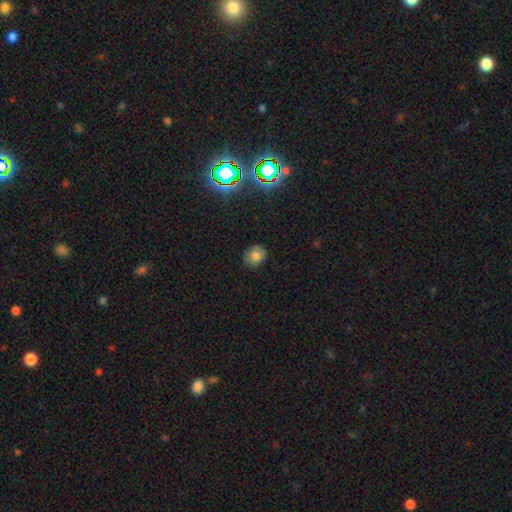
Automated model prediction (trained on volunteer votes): Smooth or featured?
  - smooth: 75% *
  - star or artifact: 13%
  - featured or disk: 11%
How rounded?
  - round: 64% *
  - in between: 35%
  - cigar-shaped: 1%
Merging?
  - none: 82% *
  - minor disturbance: 14%
  - major disturbance: 3%
  - merger: 1%